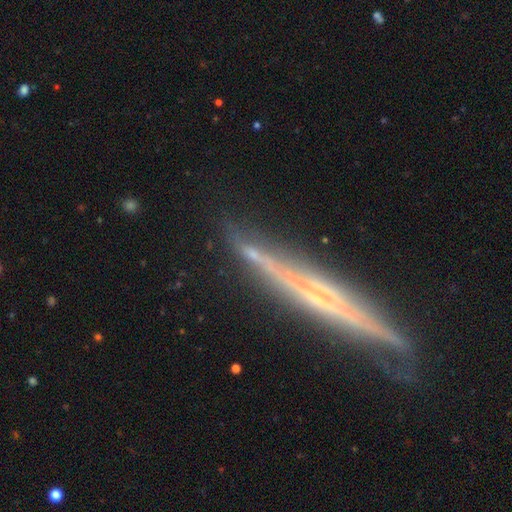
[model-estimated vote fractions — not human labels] Morphology: type=featured or disk (43%); merging=none (71%).